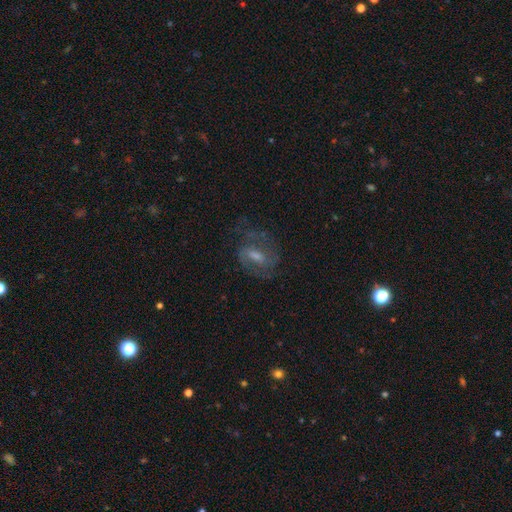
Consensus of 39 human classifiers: This appears to be a featured or disk galaxy (69%) with a weak bar (67%), 2 (69%) medium (46%) spiral arms (96%) and a moderate central bulge (59%). Merging: none (83%).